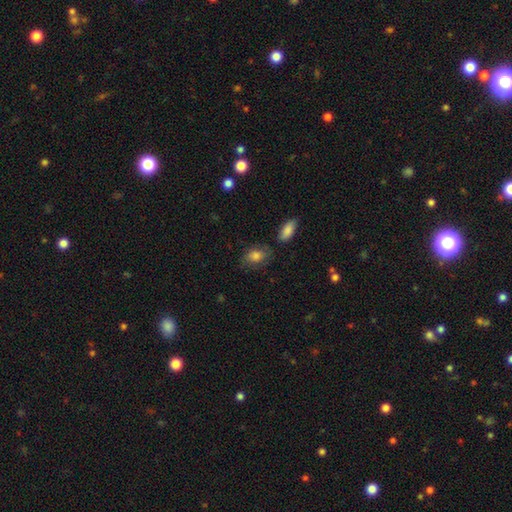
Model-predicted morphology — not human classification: Smooth or featured? smooth (79%)
How rounded? in between (81%)
Merging? none (67%)